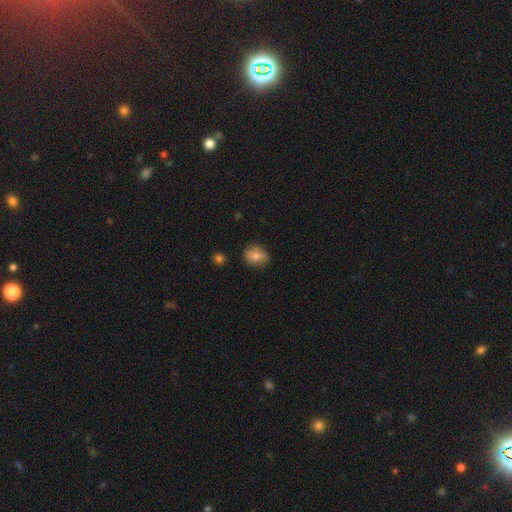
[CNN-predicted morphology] The model was most divided on "how rounded": round: 50%, in between: 49%, cigar-shaped: 1%. More confident: merging — none (76%); smooth or featured — smooth (75%).